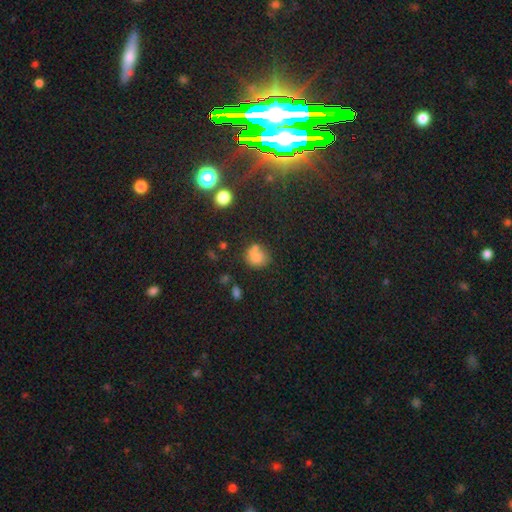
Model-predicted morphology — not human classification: type=smooth (75%); roundness=round (73%); merging=none (53%).